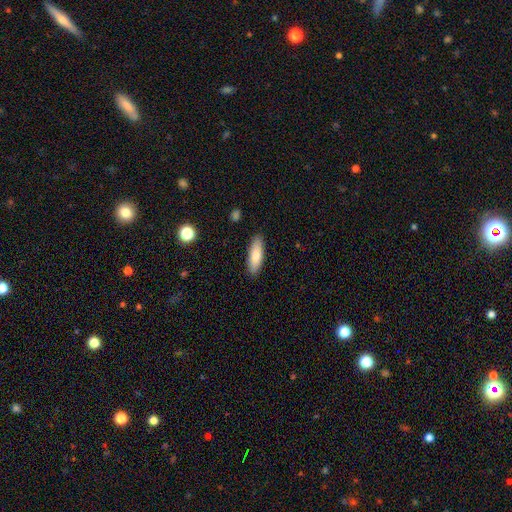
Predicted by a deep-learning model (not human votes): The model was most divided on "how rounded": in between: 54%, cigar-shaped: 44%, round: 2%. More confident: merging — none (89%); smooth or featured — smooth (79%).